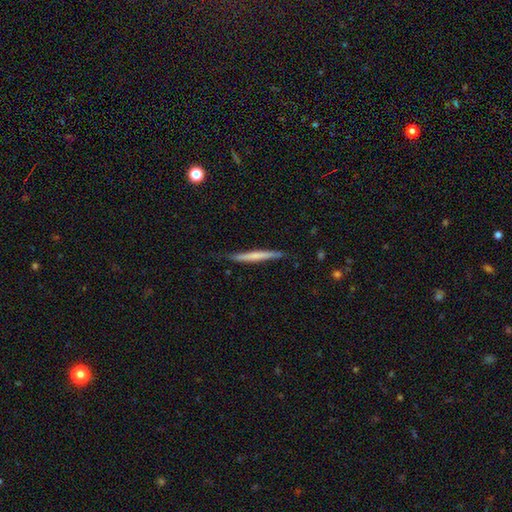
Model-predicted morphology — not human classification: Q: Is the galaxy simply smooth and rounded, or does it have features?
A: smooth — 54%.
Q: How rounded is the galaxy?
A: cigar-shaped — 96%.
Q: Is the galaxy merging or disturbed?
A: none — 82%.